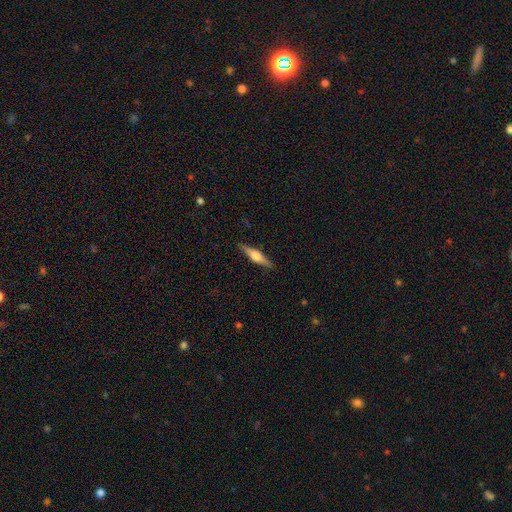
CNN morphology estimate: A featured or disk galaxy (58%) viewed edge-on (96%) with a rounded central bulge (87%). Merging: none (88%).